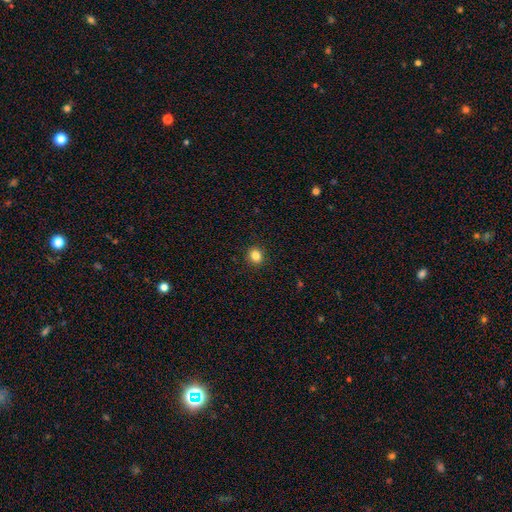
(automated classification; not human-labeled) Morphology: type=smooth (83%); roundness=round (83%); merging=none (92%).